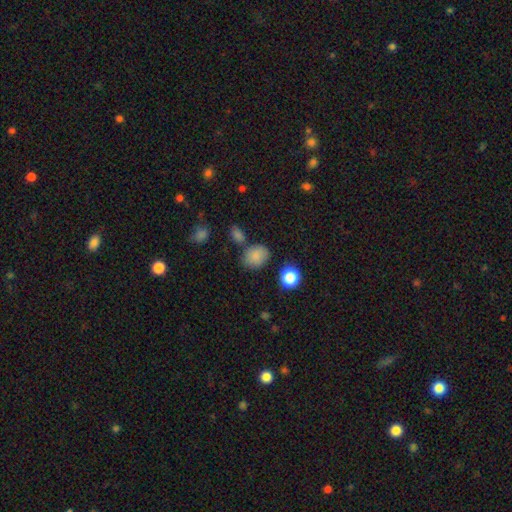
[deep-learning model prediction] A smooth galaxy with no disk features (82%) that is in between round and cigar-shaped (52%). Merging: none (69%).